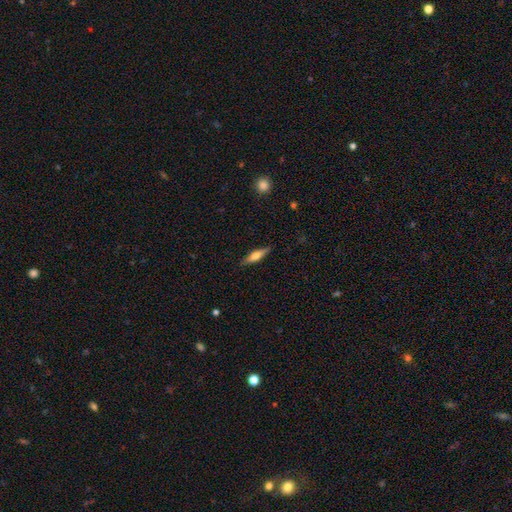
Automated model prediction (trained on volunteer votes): This is possibly a smooth galaxy (47%, tied with featured or disk). Merging: clearly none (87%).